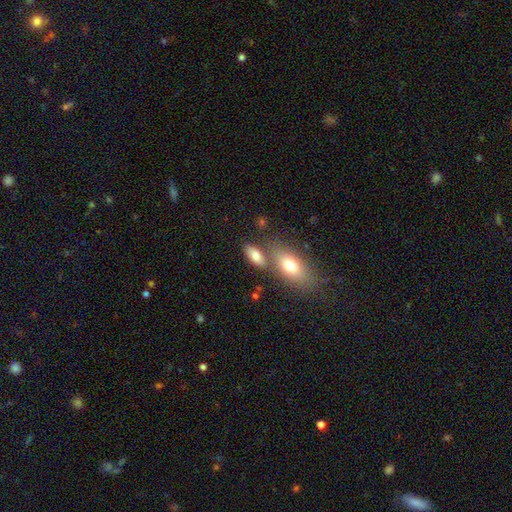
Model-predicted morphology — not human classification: A smooth galaxy with no disk features (75%) that is in between round and cigar-shaped (85%).

Vote fractions:
- Smooth or featured? smooth: 75% / featured or disk: 16% / star or artifact: 9%
- How rounded? in between: 85% / cigar-shaped: 10% / round: 5%
- Merging? none: 56% / merger: 28% / minor disturbance: 12% / major disturbance: 5%